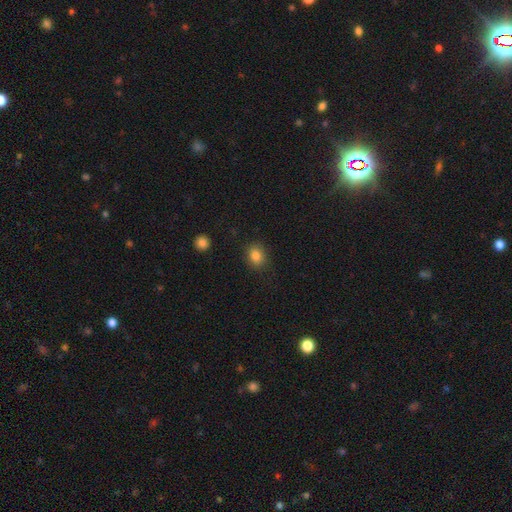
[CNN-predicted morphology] The model was most divided on "how rounded": round: 56%, in between: 43%, cigar-shaped: 1%. More confident: merging — none (85%); smooth or featured — smooth (84%).